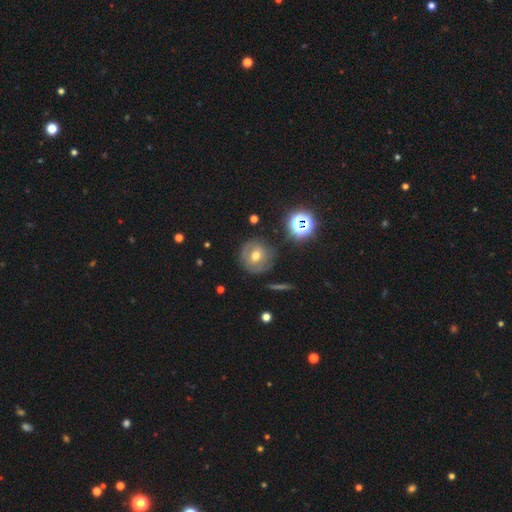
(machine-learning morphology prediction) A smooth galaxy with no disk features (44%). Merging: none (76%).